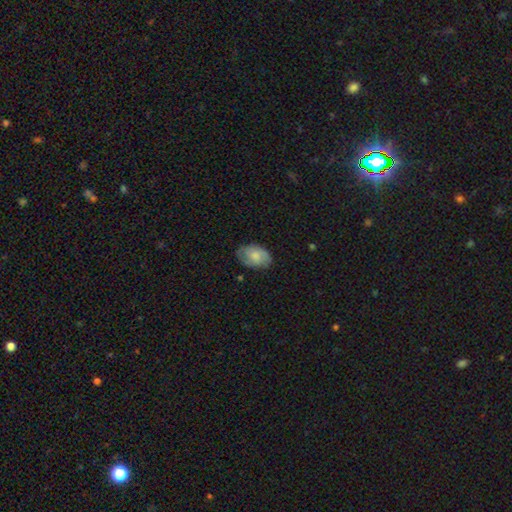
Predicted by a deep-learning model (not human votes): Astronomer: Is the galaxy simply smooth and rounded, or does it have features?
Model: smooth — 69%.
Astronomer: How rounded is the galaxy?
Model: in between — 87%.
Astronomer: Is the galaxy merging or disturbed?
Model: none — 69%.